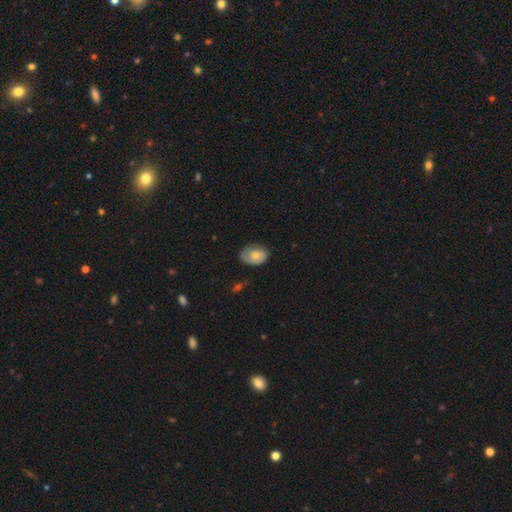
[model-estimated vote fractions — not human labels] Q: Smooth or featured?
A: smooth (70%); runner-up: featured or disk (24%)
Q: How rounded?
A: in between (77%); runner-up: round (22%)
Q: Merging?
A: none (62%); runner-up: minor disturbance (29%)